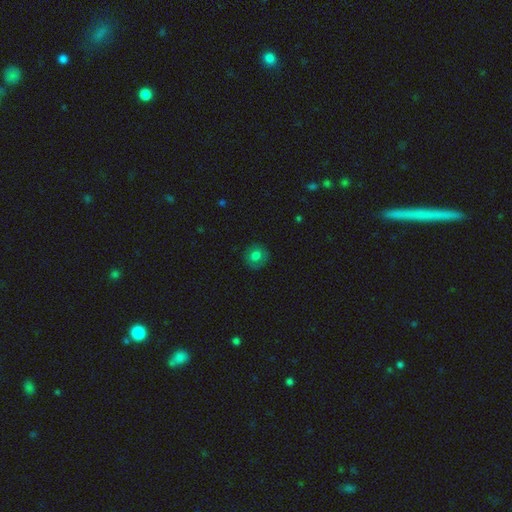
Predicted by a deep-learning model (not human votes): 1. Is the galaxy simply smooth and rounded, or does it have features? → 74% smooth, 15% featured or disk, 12% star or artifact.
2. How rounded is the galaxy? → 88% round, 12% in between, 1% cigar-shaped.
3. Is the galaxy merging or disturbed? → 84% none, 11% minor disturbance, 3% major disturbance, 1% merger.